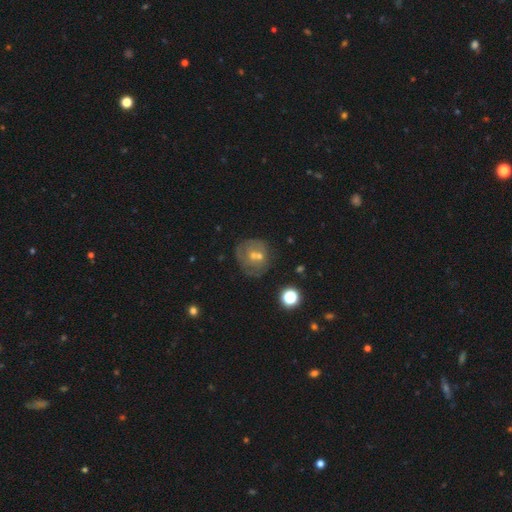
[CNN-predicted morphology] smooth_or_featured: featured or disk (p=0.49) [alt: smooth p=0.40]
merging: none (p=0.45) [alt: merger p=0.27]